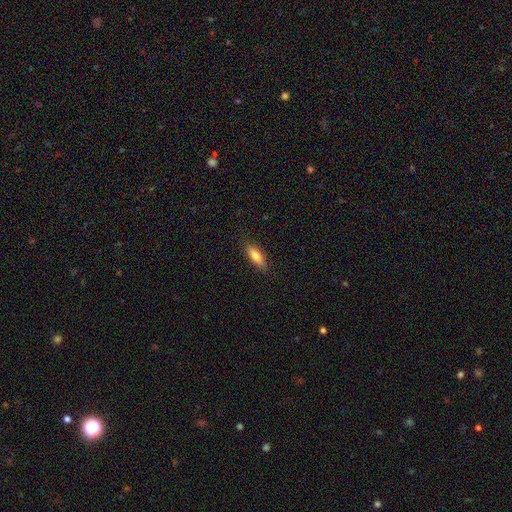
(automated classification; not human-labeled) This appears to be a smooth galaxy with no disk features (79%) that is in between round and cigar-shaped (58%). Merging: none (86%).